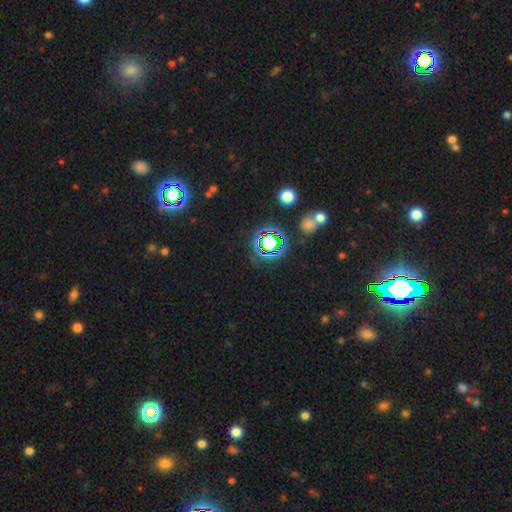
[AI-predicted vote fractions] This is likely a star or artifact rather than a galaxy (76%).